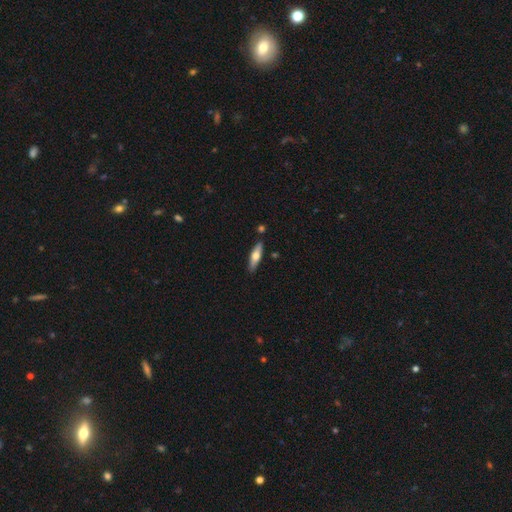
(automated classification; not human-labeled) Overall: smooth (55%; featured or disk 40%). How rounded: cigar-shaped (70%). Merging: none (85%).